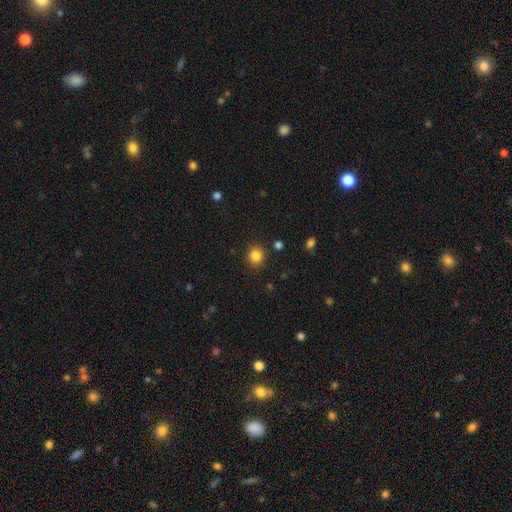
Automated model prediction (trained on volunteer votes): The model was most divided on "smooth or featured": smooth: 84%, star or artifact: 12%, featured or disk: 4%. More confident: merging — none (89%); how rounded — round (86%).